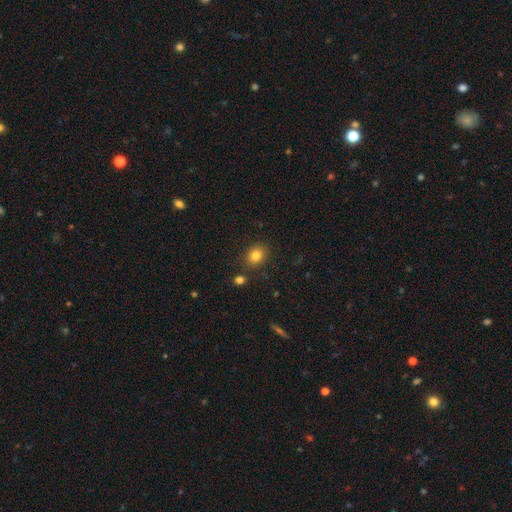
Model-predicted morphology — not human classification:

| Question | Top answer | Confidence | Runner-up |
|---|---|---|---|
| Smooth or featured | smooth | 82% | star or artifact (11%) |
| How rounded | round | 62% | in between (37%) |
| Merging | none | 84% | minor disturbance (9%) |